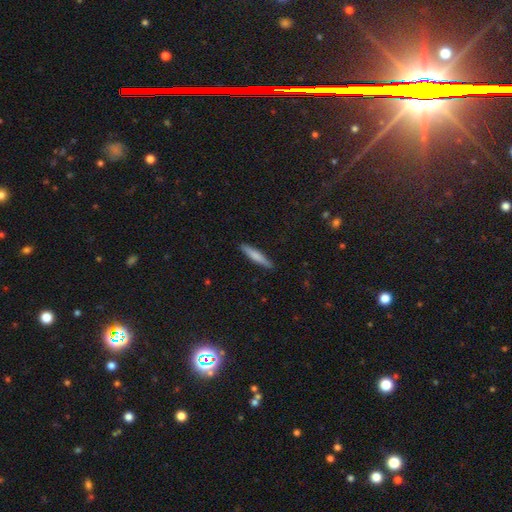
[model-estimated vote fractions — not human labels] Overall: smooth (67%). How rounded: cigar-shaped (91%). Merging: none (90%).